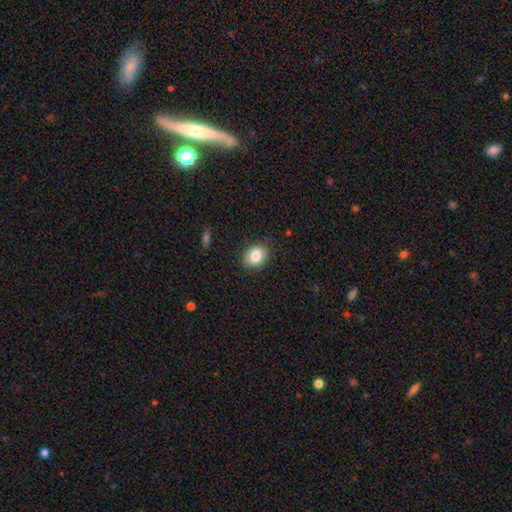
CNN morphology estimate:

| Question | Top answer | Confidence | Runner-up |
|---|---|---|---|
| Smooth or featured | smooth | 83% | star or artifact (9%) |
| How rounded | in between | 50% | round (49%) |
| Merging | none | 85% | minor disturbance (11%) |